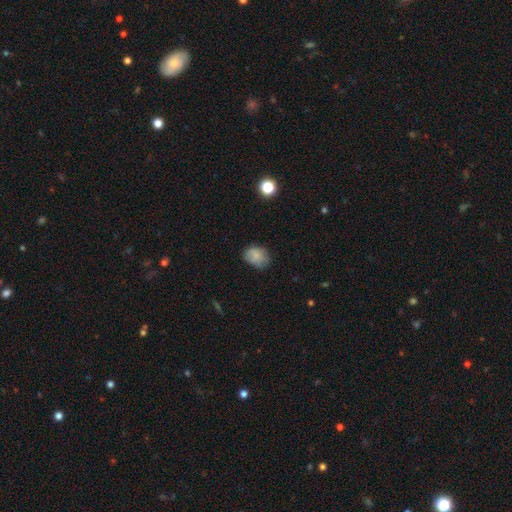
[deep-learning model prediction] This is clearly a smooth galaxy (80%). How rounded: possibly in between (59%). Merging: likely none (66%).